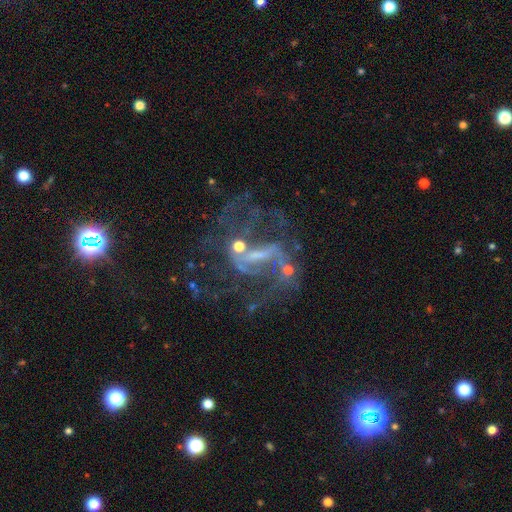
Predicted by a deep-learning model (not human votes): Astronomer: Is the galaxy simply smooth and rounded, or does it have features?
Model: featured or disk — 77%.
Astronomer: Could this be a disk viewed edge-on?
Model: no — 96%.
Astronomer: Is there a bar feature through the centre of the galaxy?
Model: weak — 39%, tied with strong at 39%.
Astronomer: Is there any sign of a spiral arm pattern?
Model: yes — 70%.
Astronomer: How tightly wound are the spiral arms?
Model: loose — 47% (runner-up: medium, 38%).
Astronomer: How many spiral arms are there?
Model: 2 — 51%.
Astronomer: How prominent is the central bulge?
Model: small — 43% (runner-up: none, 31%).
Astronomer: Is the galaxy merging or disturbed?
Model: none — 40% (runner-up: major disturbance, 34%).